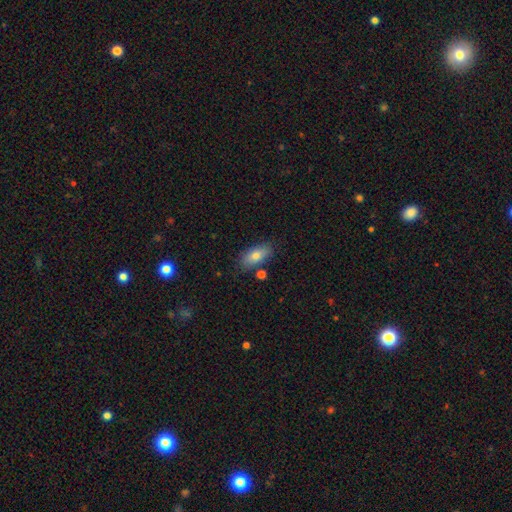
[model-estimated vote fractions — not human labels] Smooth or featured?
  - smooth: 76% *
  - featured or disk: 16%
  - star or artifact: 8%
How rounded?
  - in between: 85% *
  - cigar-shaped: 10%
  - round: 4%
Merging?
  - none: 80% *
  - minor disturbance: 13%
  - merger: 5%
  - major disturbance: 3%